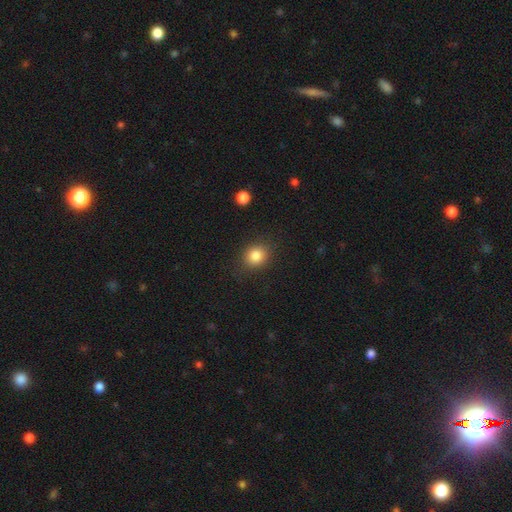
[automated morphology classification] Q: Smooth or featured?
A: smooth (84%); runner-up: star or artifact (10%)
Q: How rounded?
A: round (71%); runner-up: in between (28%)
Q: Merging?
A: none (85%); runner-up: minor disturbance (10%)